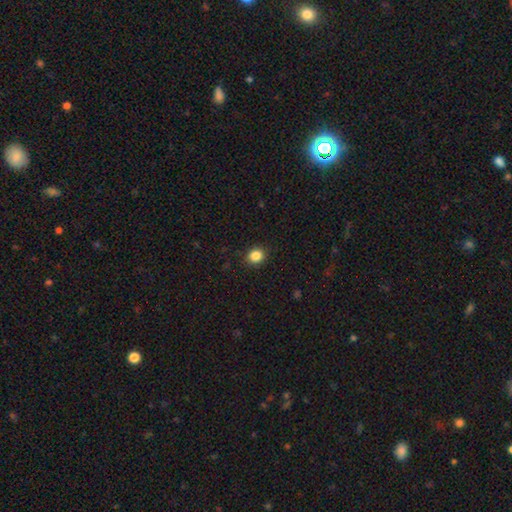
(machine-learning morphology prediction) type=smooth (85%); roundness=round (78%); merging=none (91%).